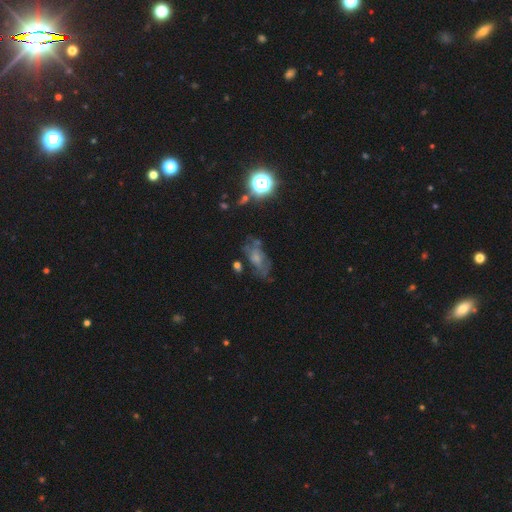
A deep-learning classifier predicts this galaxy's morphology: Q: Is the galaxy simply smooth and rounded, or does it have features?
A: featured or disk — 47%.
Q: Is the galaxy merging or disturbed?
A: none — 63%.